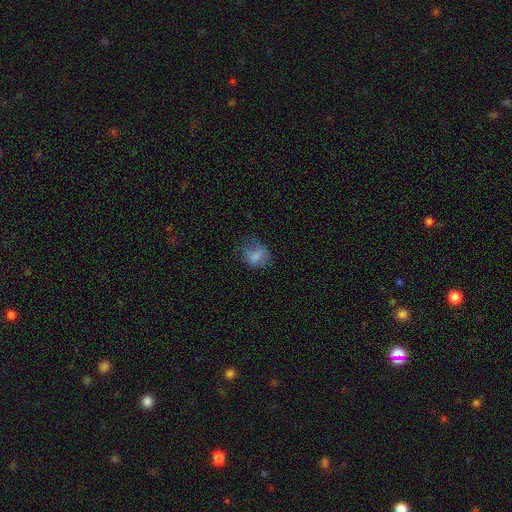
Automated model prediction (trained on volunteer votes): A smooth galaxy with no disk features (74%) that is round (53%). Merging: none (54%).